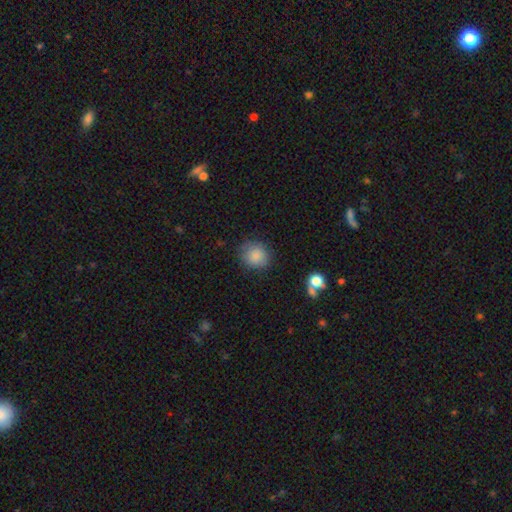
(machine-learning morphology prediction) The model was most divided on "merging": none: 80%, minor disturbance: 14%, major disturbance: 4%, merger: 2%. More confident: smooth or featured — smooth (86%); how rounded — round (84%).